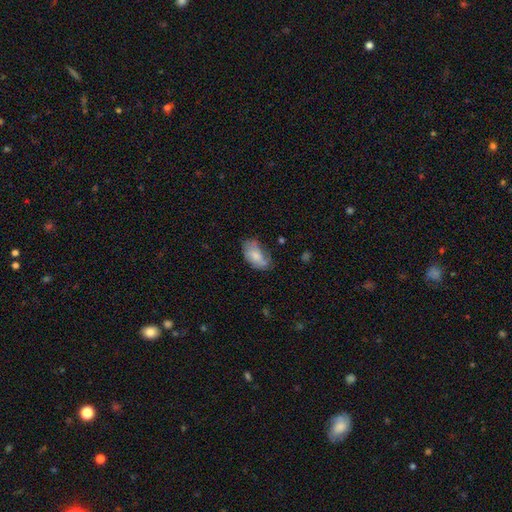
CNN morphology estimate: type=smooth (68%); roundness=in between (93%); merging=none (50%).